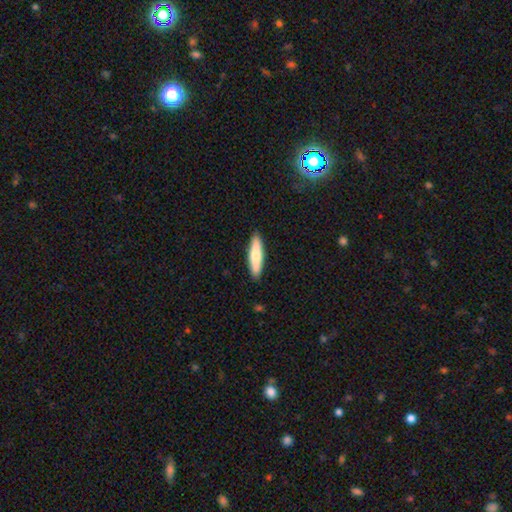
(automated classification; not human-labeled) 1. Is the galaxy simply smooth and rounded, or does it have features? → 72% smooth, 22% featured or disk, 5% star or artifact.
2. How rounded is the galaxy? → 77% cigar-shaped, 22% in between, 2% round.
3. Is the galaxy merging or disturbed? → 90% none, 8% minor disturbance, 1% major disturbance, 1% merger.